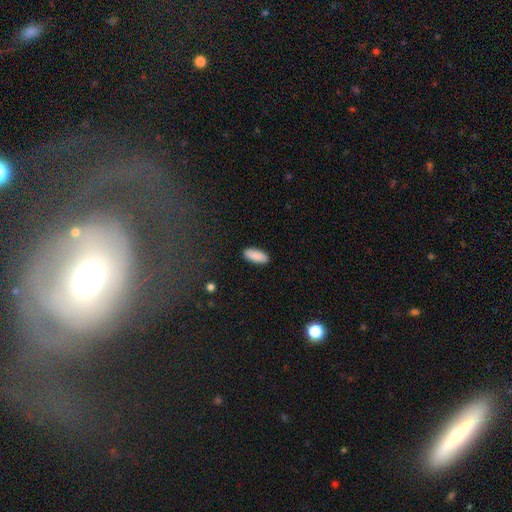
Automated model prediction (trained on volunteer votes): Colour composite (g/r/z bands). It shows a smooth galaxy with no disk features (90%) that is in between round and cigar-shaped (82%). Merging: none (89%).